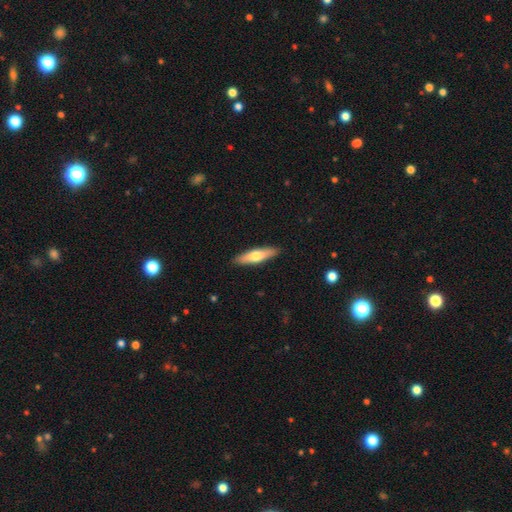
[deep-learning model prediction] This appears to be a smooth galaxy with no disk features (60%) that is cigar-shaped (71%). Merging: none (90%).